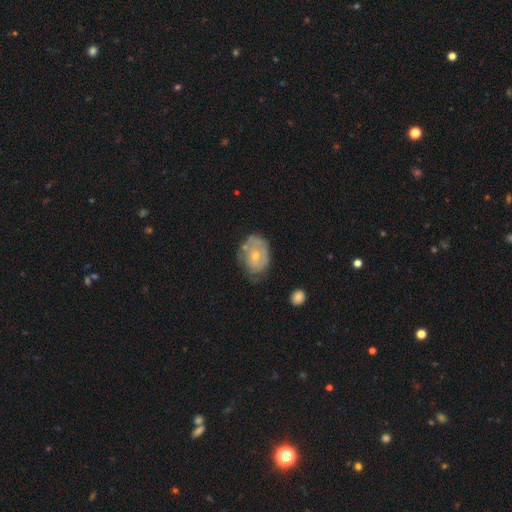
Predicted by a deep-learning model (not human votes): This is possibly a featured or disk galaxy (49%). Merging: possibly none (48%).